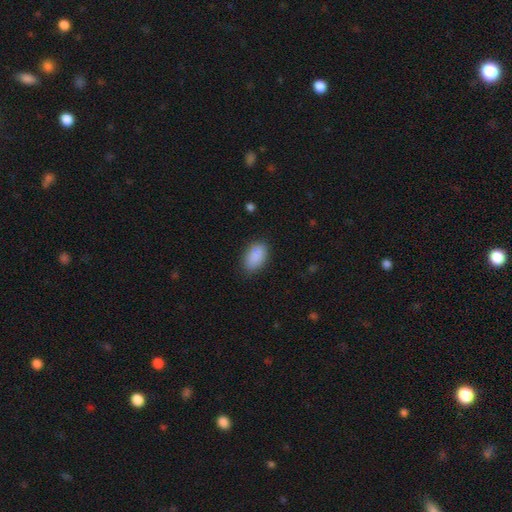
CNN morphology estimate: smooth 87%, star or artifact 8%, featured or disk 5%. Down the decision tree: how rounded — in between (91%); merging — none (79%).